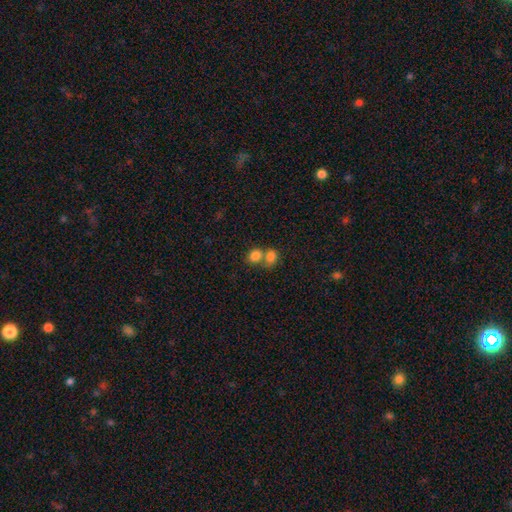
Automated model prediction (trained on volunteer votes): smooth-or-featured: smooth: 81% | star or artifact: 11% | featured or disk: 9%
  how-rounded: round: 56% | in between: 43% | cigar-shaped: 1%
  merging: merger: 58% | none: 32% | minor disturbance: 7% | major disturbance: 3%